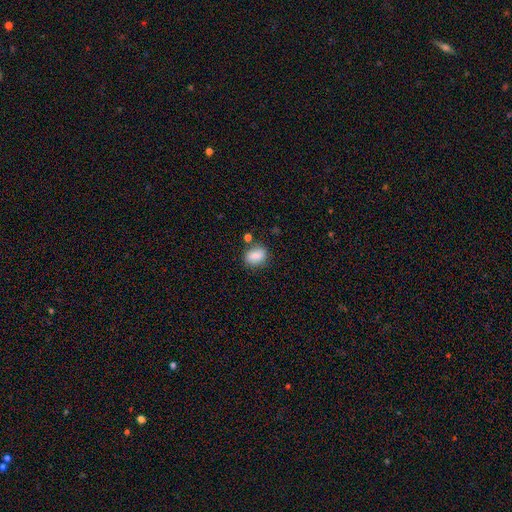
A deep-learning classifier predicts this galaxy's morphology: Q: Smooth or featured?
A: smooth (83%); runner-up: star or artifact (9%)
Q: How rounded?
A: in between (65%); runner-up: round (33%)
Q: Merging?
A: none (72%); runner-up: minor disturbance (16%)